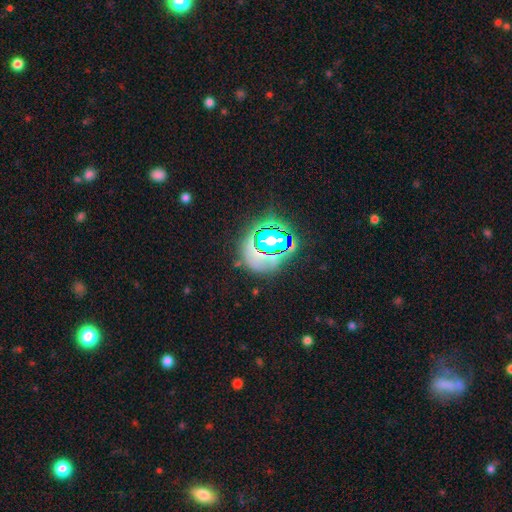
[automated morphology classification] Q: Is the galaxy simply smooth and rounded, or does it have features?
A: star or artifact — 55%.